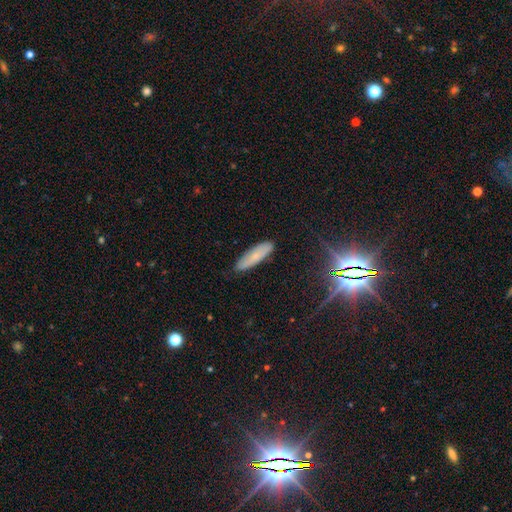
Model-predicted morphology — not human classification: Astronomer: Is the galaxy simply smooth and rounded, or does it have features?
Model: smooth — 67%.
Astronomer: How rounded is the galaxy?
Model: cigar-shaped — 68%.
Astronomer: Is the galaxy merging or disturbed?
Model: none — 85%.